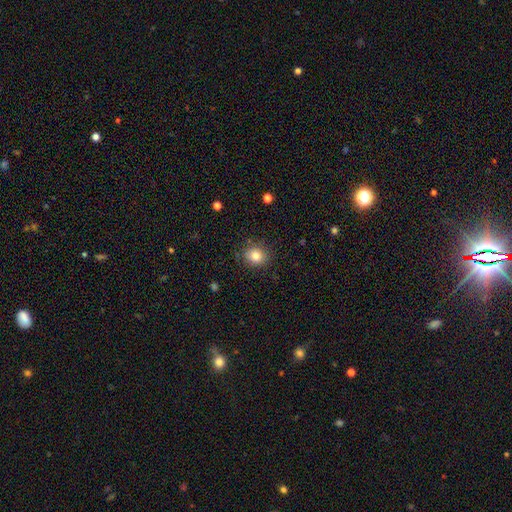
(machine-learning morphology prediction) This is clearly a smooth galaxy (81%). How rounded: likely round (77%). Merging: clearly none (85%).